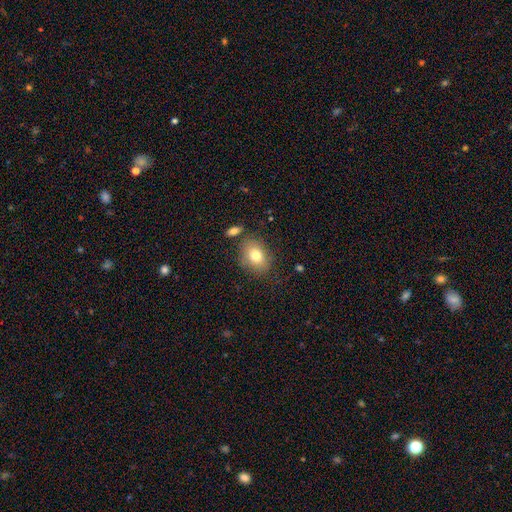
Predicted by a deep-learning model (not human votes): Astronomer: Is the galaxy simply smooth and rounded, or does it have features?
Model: smooth — 78%.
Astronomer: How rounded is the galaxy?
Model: in between — 61% (runner-up: round, 38%).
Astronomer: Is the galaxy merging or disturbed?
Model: none — 77%.